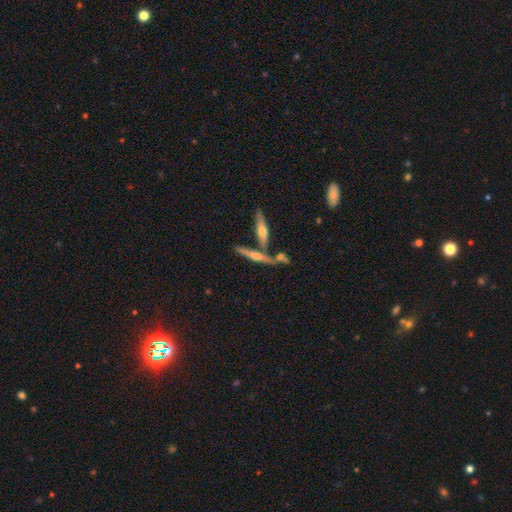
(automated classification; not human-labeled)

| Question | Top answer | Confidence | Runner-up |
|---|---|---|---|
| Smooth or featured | featured or disk | 72% | smooth (20%) |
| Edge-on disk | yes | 95% | no (5%) |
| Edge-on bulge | rounded | 88% | none (8%) |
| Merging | none | 64% | merger (23%) |